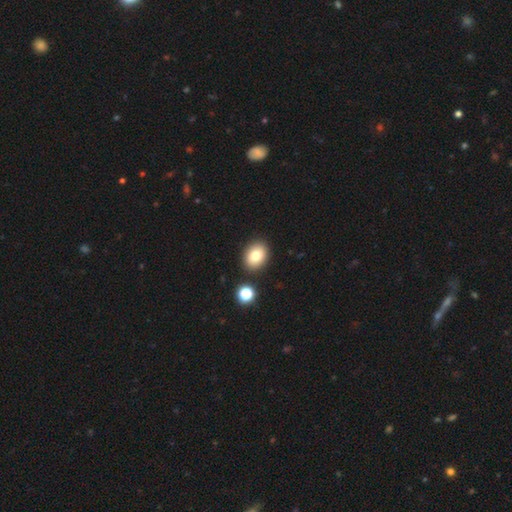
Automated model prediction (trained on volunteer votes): Smooth or featured?
  - smooth: 79% *
  - star or artifact: 11%
  - featured or disk: 10%
How rounded?
  - in between: 56% *
  - round: 43%
  - cigar-shaped: 1%
Merging?
  - none: 86% *
  - minor disturbance: 8%
  - merger: 4%
  - major disturbance: 2%